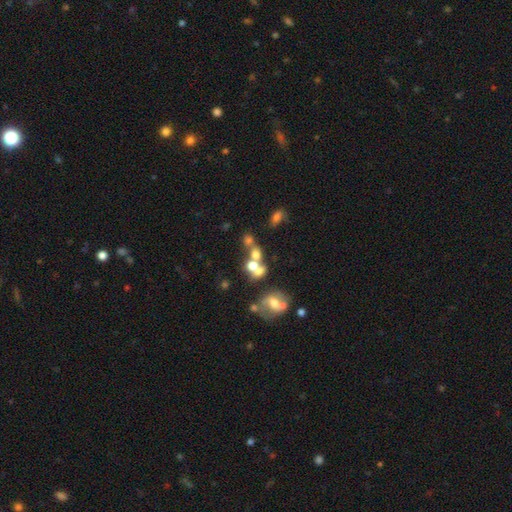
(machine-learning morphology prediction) Smooth or featured? smooth (45%)
Merging? merger (41%)